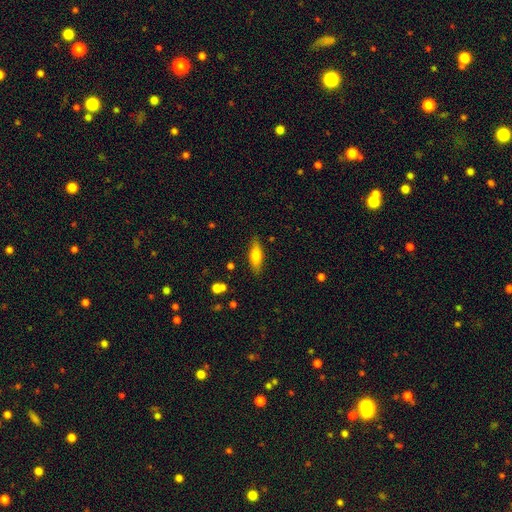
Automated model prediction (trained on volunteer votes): smooth-or-featured: smooth: 66% | featured or disk: 27% | star or artifact: 7%
  how-rounded: in between: 54% | cigar-shaped: 44% | round: 2%
  merging: none: 85% | minor disturbance: 11% | major disturbance: 2% | merger: 2%